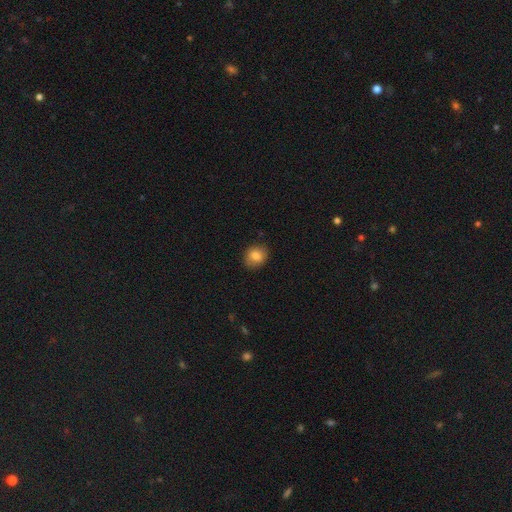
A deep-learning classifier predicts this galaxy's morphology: smooth 83%, star or artifact 9%, featured or disk 8%. Down the decision tree: how rounded — round (64%); merging — none (85%).